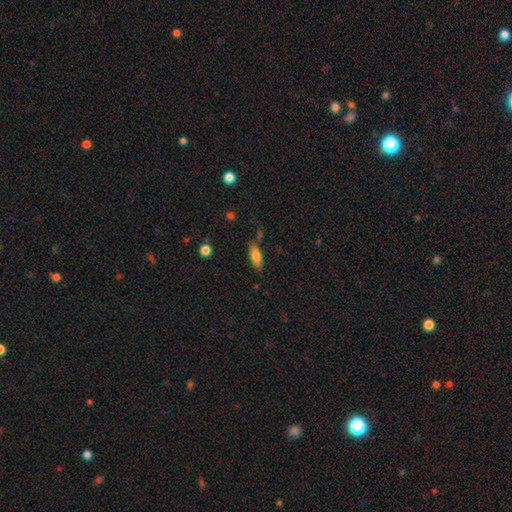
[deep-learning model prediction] Smooth or featured: smooth — 77% (featured or disk — 15%)
How rounded: in between — 67% (cigar-shaped — 30%)
Merging: none — 68% (minor disturbance — 19%)